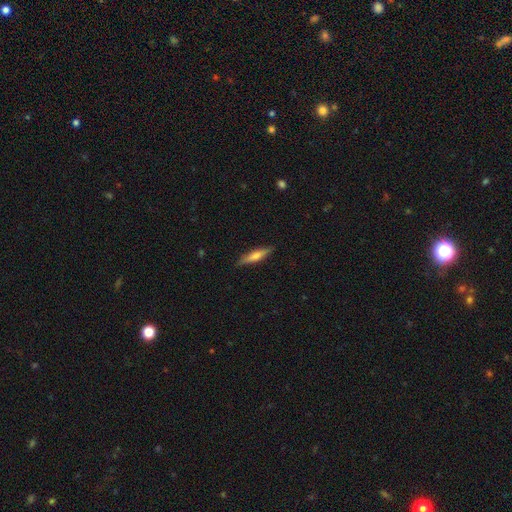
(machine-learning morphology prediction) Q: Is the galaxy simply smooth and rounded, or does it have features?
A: smooth — 51%.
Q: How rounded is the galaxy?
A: cigar-shaped — 83%.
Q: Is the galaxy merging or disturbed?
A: none — 87%.